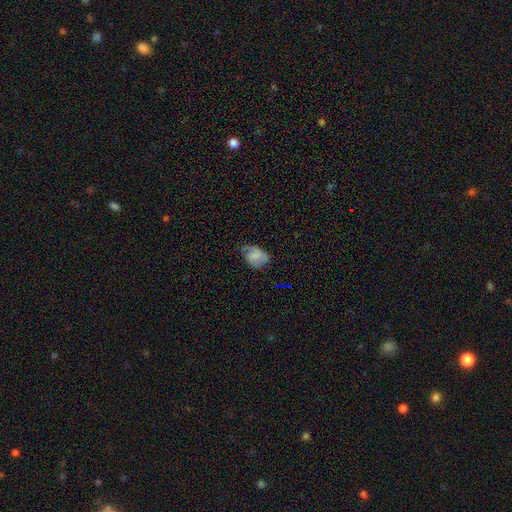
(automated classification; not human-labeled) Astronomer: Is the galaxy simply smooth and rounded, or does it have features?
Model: smooth — 65%.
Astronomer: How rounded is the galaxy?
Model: in between — 70%.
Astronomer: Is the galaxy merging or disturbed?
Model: none — 39%, tied with minor disturbance at 39%.